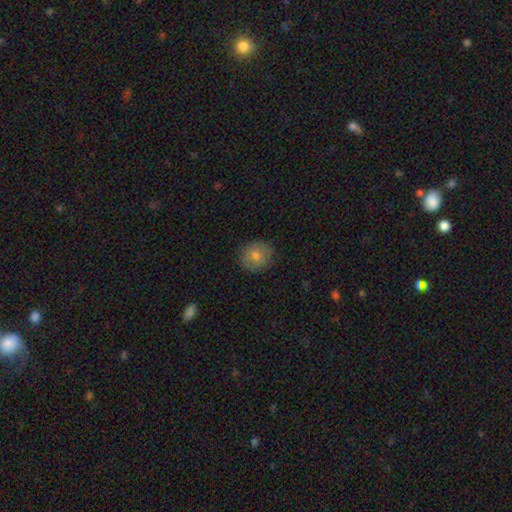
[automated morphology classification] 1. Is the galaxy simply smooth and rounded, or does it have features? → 76% smooth, 14% featured or disk, 10% star or artifact.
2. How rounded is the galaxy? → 85% round, 14% in between, 1% cigar-shaped.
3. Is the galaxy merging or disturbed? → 88% none, 9% minor disturbance, 2% major disturbance, 1% merger.